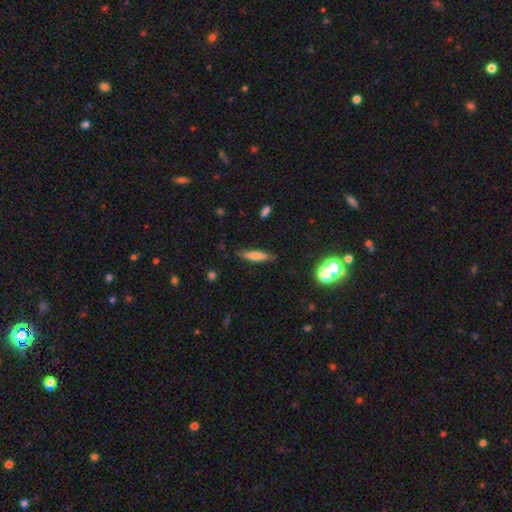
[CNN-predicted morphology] Overall: smooth (66%). How rounded: cigar-shaped (75%). Merging: none (84%).